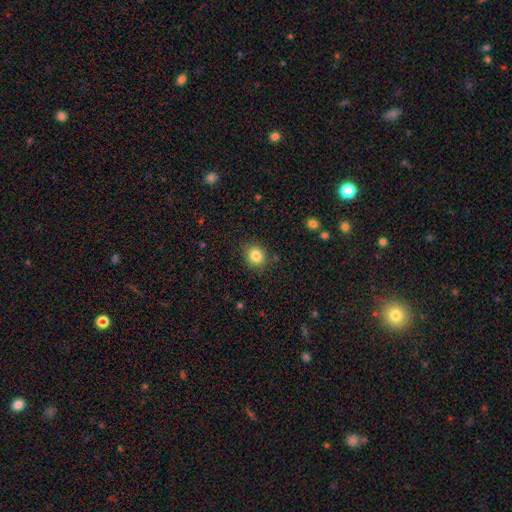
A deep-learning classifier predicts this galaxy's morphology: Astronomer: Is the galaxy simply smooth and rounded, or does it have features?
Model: smooth — 84%.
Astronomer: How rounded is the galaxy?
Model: round — 74%.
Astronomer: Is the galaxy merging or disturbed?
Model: none — 87%.